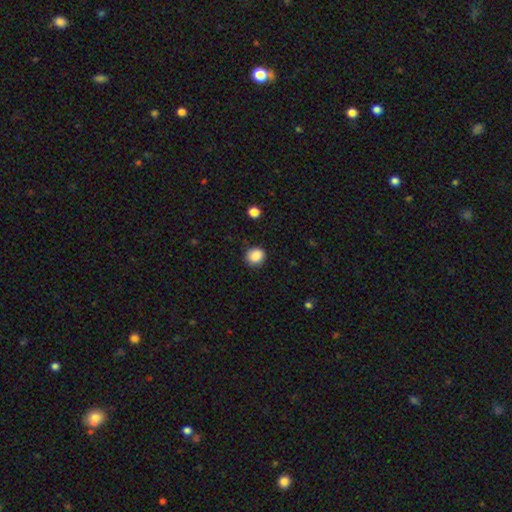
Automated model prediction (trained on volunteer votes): Smooth or featured? Predicted: smooth (p=0.87). How rounded? Predicted: round (p=0.81). Merging? Predicted: none (p=0.85).